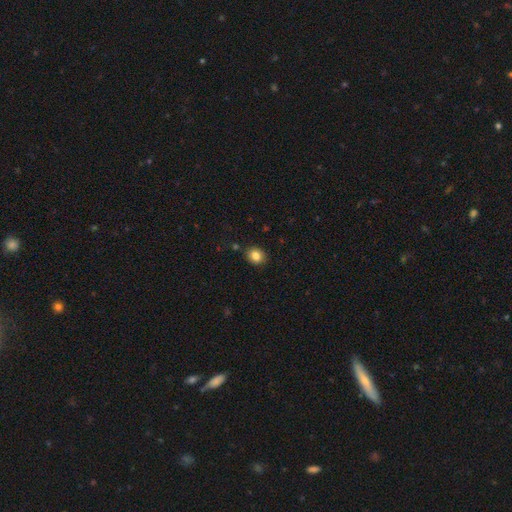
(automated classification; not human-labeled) smooth-or-featured: smooth: 83% | star or artifact: 10% | featured or disk: 7%
  how-rounded: round: 66% | in between: 33% | cigar-shaped: 1%
  merging: none: 88% | minor disturbance: 8% | merger: 2% | major disturbance: 2%